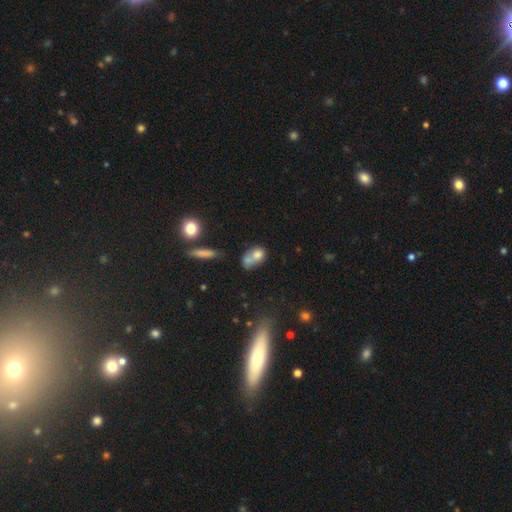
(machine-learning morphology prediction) smooth-or-featured: smooth: 69% | featured or disk: 20% | star or artifact: 11%
  how-rounded: in between: 57% | round: 40% | cigar-shaped: 3%
  merging: merger: 58% | none: 24% | minor disturbance: 11% | major disturbance: 8%